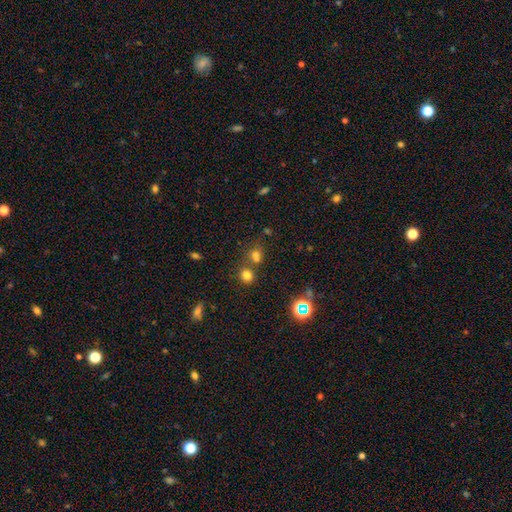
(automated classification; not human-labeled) Smooth or featured?
  - smooth: 62% *
  - star or artifact: 29%
  - featured or disk: 9%
How rounded?
  - round: 68% *
  - in between: 31%
  - cigar-shaped: 1%
Merging?
  - none: 53% *
  - merger: 33%
  - minor disturbance: 9%
  - major disturbance: 5%